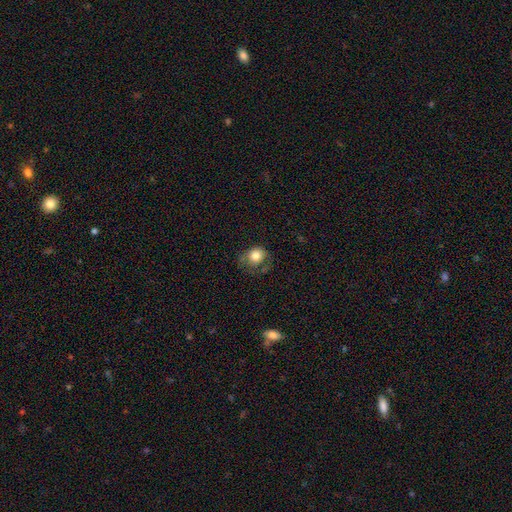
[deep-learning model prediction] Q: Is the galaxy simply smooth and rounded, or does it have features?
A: smooth — 77%.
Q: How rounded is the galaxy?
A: round — 70%.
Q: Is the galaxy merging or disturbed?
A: none — 46%.